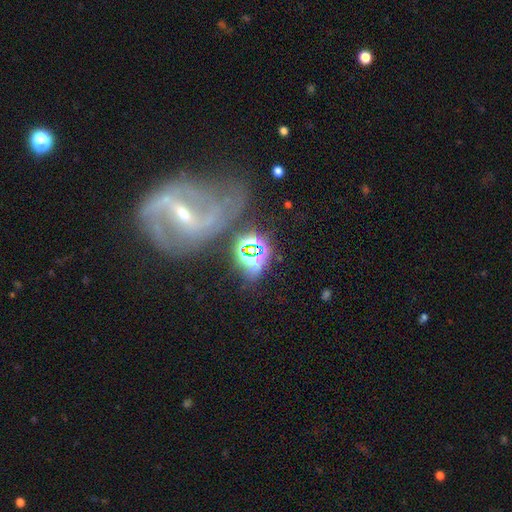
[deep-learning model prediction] smooth-or-featured: star or artifact: 47% | featured or disk: 29% | smooth: 24%